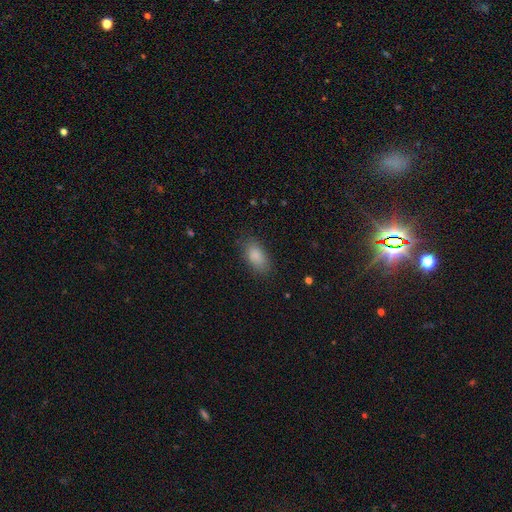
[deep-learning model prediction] A smooth galaxy with no disk features (87%) that is in between round and cigar-shaped (91%).

Vote fractions:
- Smooth or featured? smooth: 87% / star or artifact: 8% / featured or disk: 5%
- How rounded? in between: 91% / round: 5% / cigar-shaped: 4%
- Merging? none: 81% / minor disturbance: 14% / major disturbance: 4% / merger: 1%